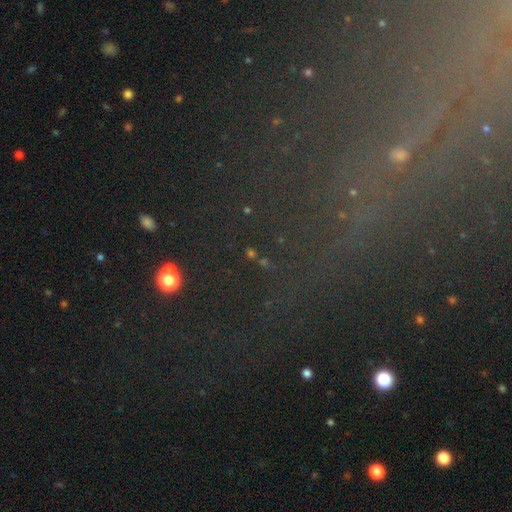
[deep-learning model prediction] star or artifact 70%, smooth 16%, featured or disk 14%.